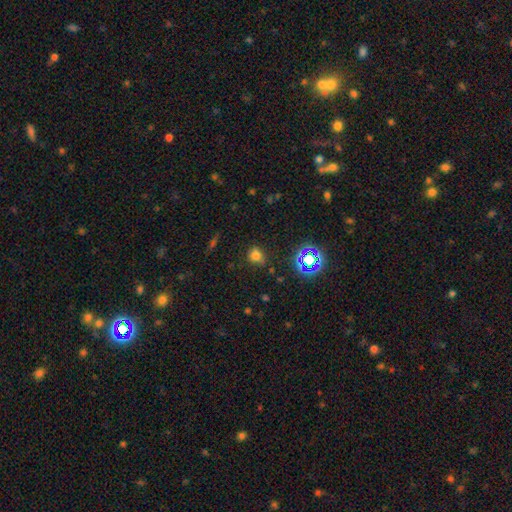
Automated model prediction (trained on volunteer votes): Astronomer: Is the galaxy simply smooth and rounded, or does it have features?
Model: smooth — 69%.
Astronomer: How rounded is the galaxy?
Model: round — 70%.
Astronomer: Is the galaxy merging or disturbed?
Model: none — 72%.